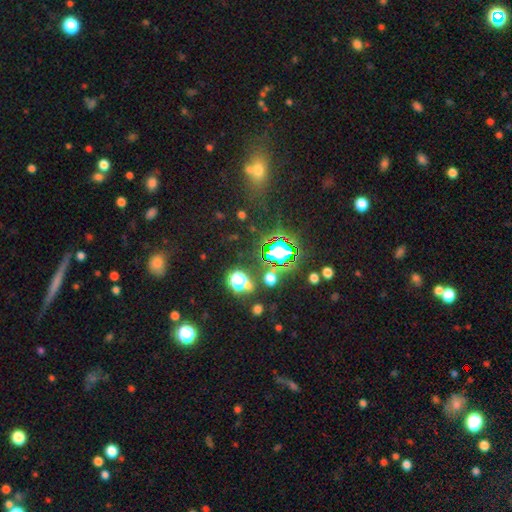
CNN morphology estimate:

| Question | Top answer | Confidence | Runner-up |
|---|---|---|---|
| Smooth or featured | star or artifact | 72% | smooth (18%) |